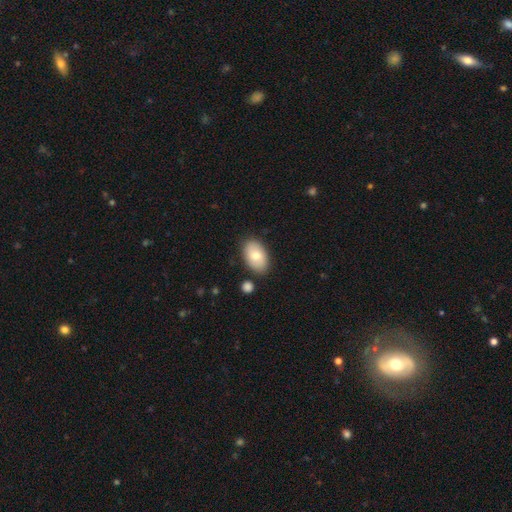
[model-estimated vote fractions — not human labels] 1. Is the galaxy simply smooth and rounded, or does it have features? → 76% smooth, 17% featured or disk, 6% star or artifact.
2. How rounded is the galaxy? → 92% in between, 6% round, 1% cigar-shaped.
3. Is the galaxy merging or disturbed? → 82% none, 12% minor disturbance, 4% merger, 3% major disturbance.